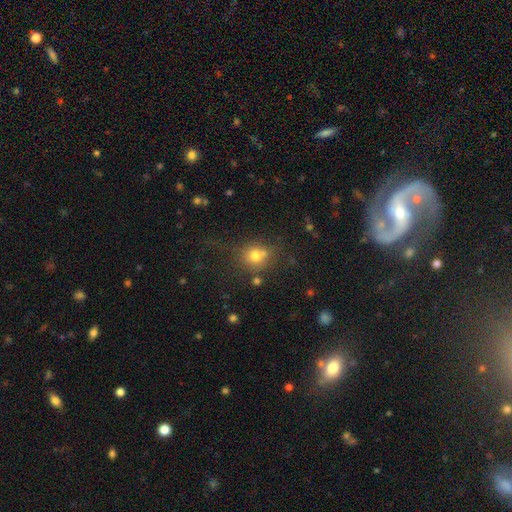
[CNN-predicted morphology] A smooth galaxy with no disk features (72%) that is round (83%).

Vote fractions:
- Smooth or featured? smooth: 72% / star or artifact: 16% / featured or disk: 12%
- How rounded? round: 83% / in between: 16% / cigar-shaped: 1%
- Merging? none: 57% / merger: 21% / minor disturbance: 14% / major disturbance: 7%